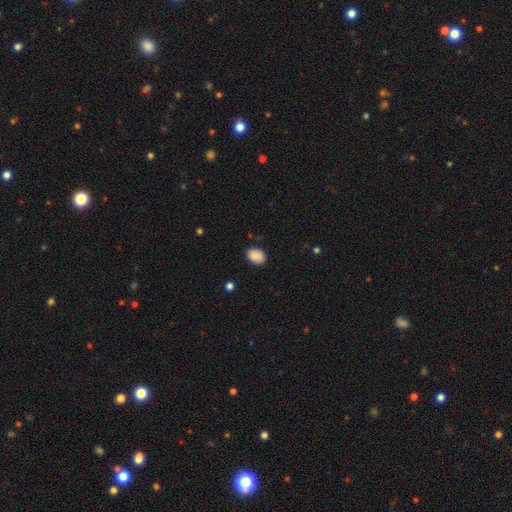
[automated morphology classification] smooth-or-featured: smooth: 88% | star or artifact: 8% | featured or disk: 4%
  how-rounded: in between: 76% | round: 23% | cigar-shaped: 1%
  merging: none: 82% | minor disturbance: 14% | major disturbance: 3% | merger: 1%